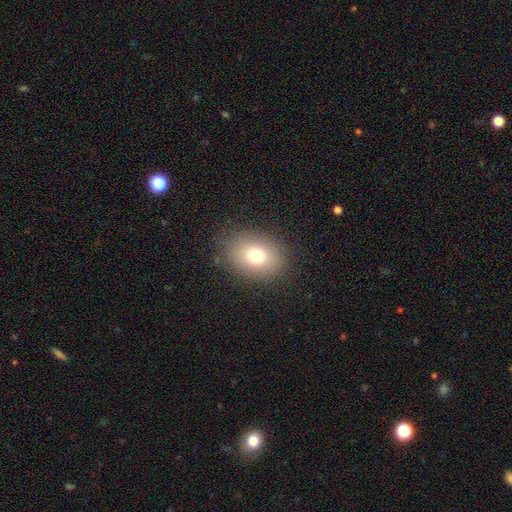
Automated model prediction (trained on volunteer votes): A smooth galaxy with no disk features (77%) that is in between round and cigar-shaped (72%). Merging: none (83%).